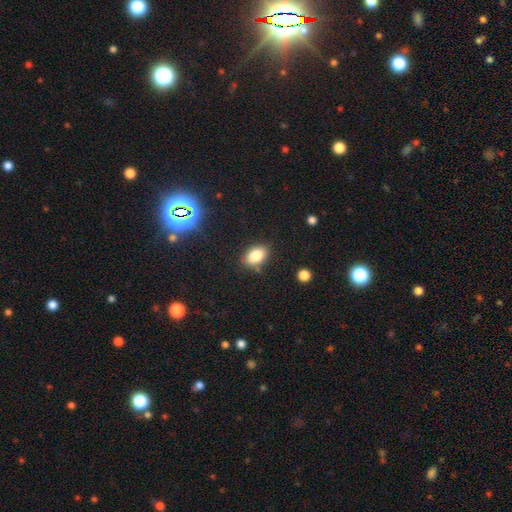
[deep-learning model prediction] Morphology: type=smooth (82%); roundness=in between (86%); merging=none (80%).